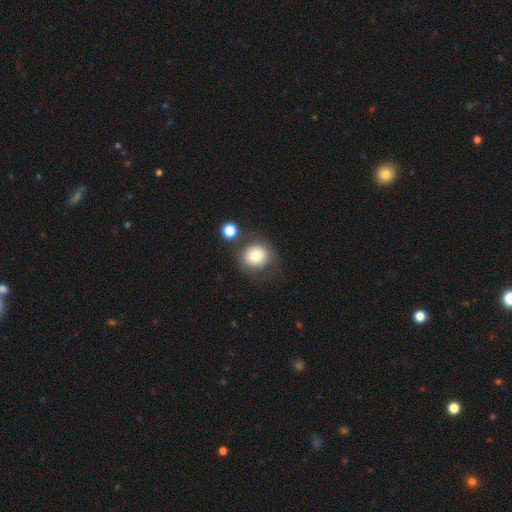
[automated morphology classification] type=smooth (77%); roundness=round (90%); merging=none (71%).